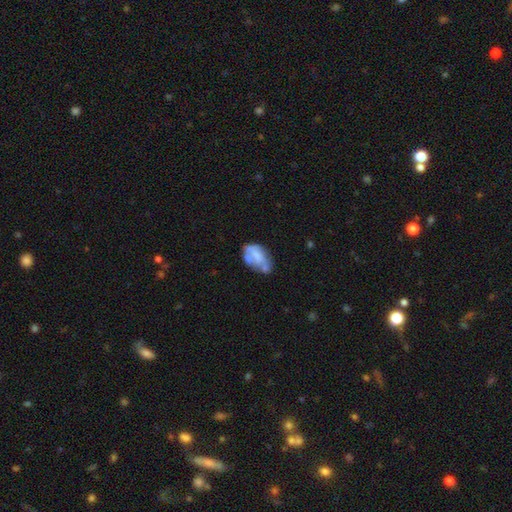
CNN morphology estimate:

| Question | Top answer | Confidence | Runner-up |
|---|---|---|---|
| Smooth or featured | smooth | 47% | featured or disk (45%) |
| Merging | none | 38% | minor disturbance (30%) |